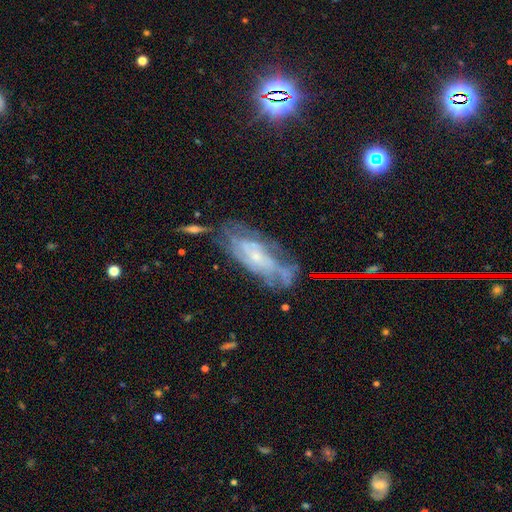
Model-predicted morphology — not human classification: Smooth or featured: featured or disk — 69% (smooth — 20%)
Edge-on disk: no — 83% (yes — 17%)
Bar: no — 71% (weak — 23%)
Spiral arms: yes — 76% (no — 24%)
Bulge size: small — 74% (moderate — 17%)
Merging: none — 56% (minor disturbance — 24%)